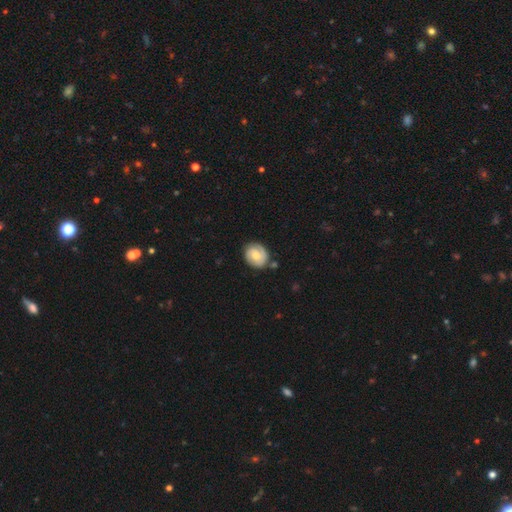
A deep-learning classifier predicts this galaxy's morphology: Smooth or featured? featured or disk (53%)
Edge-on disk? no (97%)
Bar? no (63%)
Spiral arms? yes (84%)
Bulge size? moderate (62%)
Merging? none (75%)